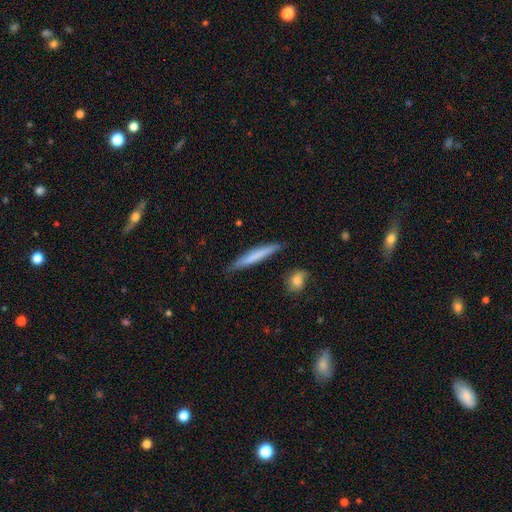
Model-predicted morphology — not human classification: A smooth galaxy with no disk features (66%) that is cigar-shaped (95%).

Vote fractions:
- Smooth or featured? smooth: 66% / featured or disk: 28% / star or artifact: 6%
- How rounded? cigar-shaped: 95% / in between: 4% / round: 1%
- Merging? none: 86% / minor disturbance: 11% / major disturbance: 2% / merger: 2%